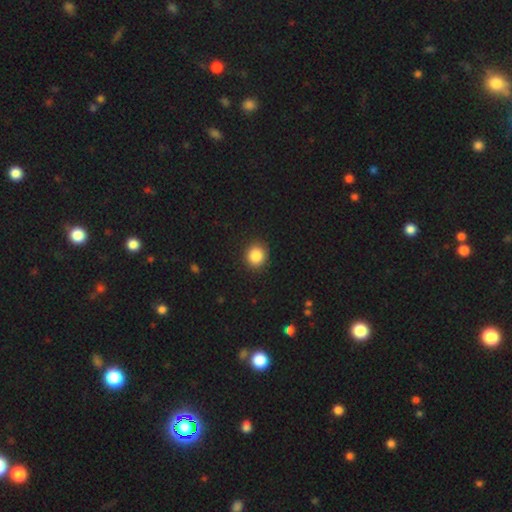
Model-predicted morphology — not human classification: type=smooth (86%); roundness=round (87%); merging=none (90%).